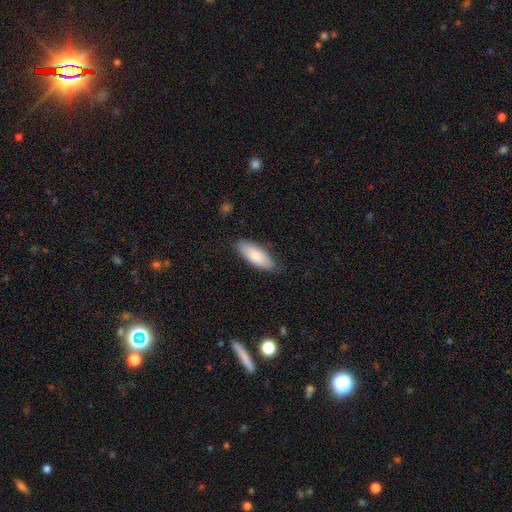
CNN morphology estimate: A smooth galaxy with no disk features (84%) that is in between round and cigar-shaped (78%).

Vote fractions:
- Smooth or featured? smooth: 84% / featured or disk: 11% / star or artifact: 5%
- How rounded? in between: 78% / cigar-shaped: 20% / round: 2%
- Merging? none: 80% / minor disturbance: 16% / major disturbance: 3% / merger: 1%